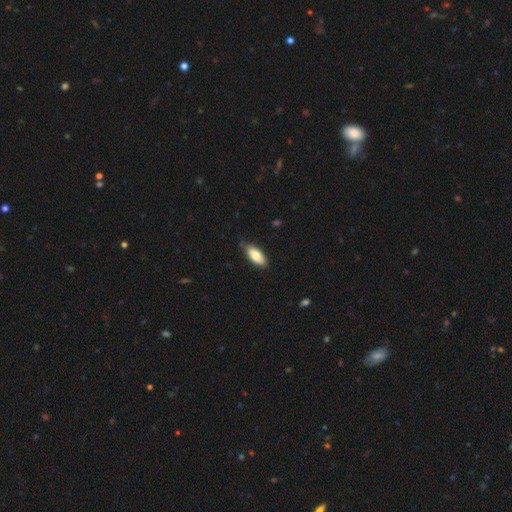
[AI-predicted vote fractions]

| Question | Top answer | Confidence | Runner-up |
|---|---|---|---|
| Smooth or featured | smooth | 76% | featured or disk (18%) |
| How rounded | in between | 86% | cigar-shaped (12%) |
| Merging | none | 76% | minor disturbance (20%) |